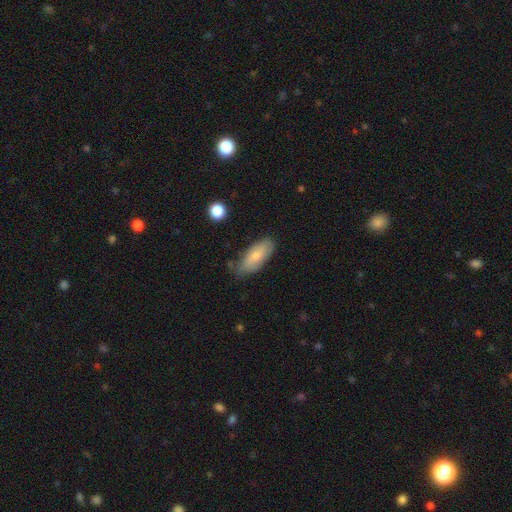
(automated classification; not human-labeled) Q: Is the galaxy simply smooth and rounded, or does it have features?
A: smooth — 71%.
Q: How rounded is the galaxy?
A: in between — 81%.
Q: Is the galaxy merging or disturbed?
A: none — 71%.